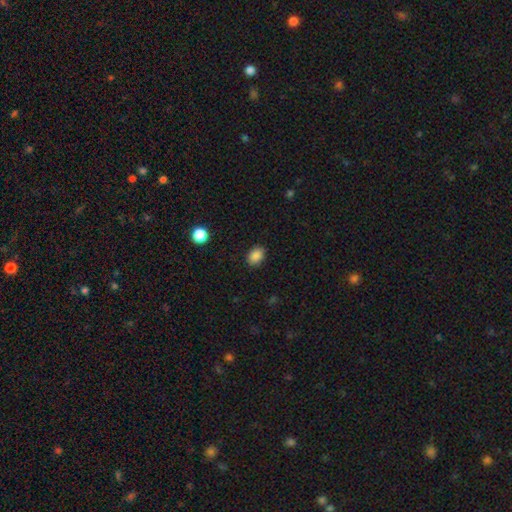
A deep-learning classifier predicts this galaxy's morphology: smooth_or_featured: smooth (p=0.87) [alt: star or artifact p=0.09]
how_rounded: in between (p=0.69) [alt: round p=0.30]
merging: none (p=0.87) [alt: minor disturbance p=0.09]